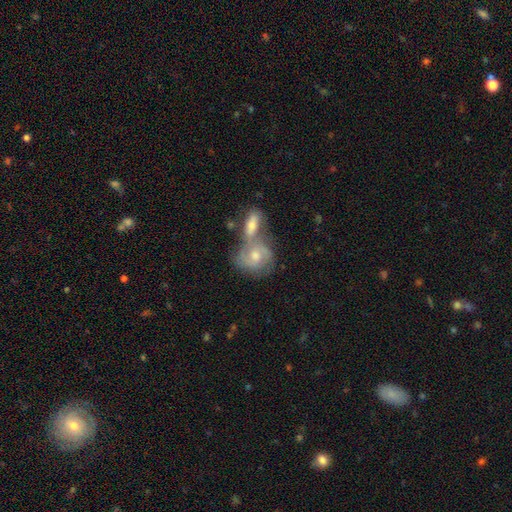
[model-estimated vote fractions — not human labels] A featured or disk galaxy (64%) with no bar (63%), 2 (52%) medium (44%) spiral arms (88%) and a moderate central bulge (60%). Merging: merger (54%).